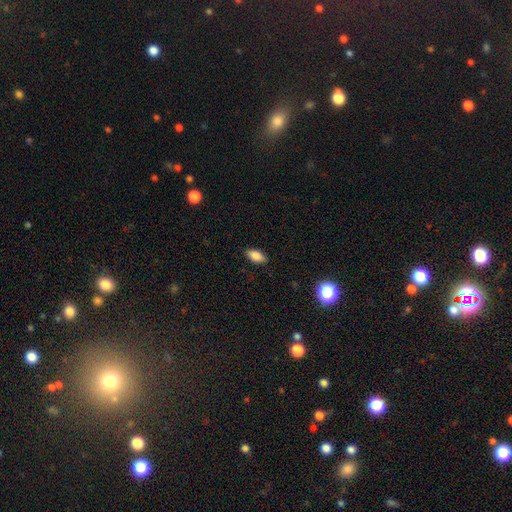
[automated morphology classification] Smooth or featured? smooth (84%)
How rounded? in between (88%)
Merging? none (88%)